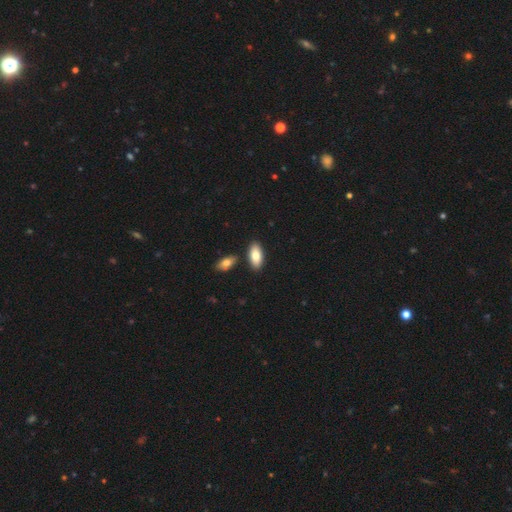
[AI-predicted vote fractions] Overall: smooth (80%). How rounded: in between (90%). Merging: none (82%).